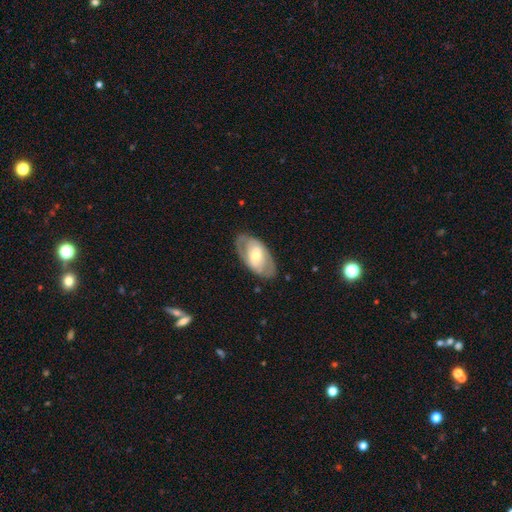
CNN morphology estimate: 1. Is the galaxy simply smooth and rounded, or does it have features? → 66% featured or disk, 29% smooth, 5% star or artifact.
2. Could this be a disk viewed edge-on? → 92% no, 8% yes.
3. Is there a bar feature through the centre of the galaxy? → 38% weak, 36% no, 25% strong.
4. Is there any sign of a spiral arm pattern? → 61% yes, 39% no.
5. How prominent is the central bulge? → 61% moderate, 29% small, 8% large, 1% none, 1% dominant.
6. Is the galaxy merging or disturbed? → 79% none, 14% minor disturbance, 6% major disturbance, 1% merger.